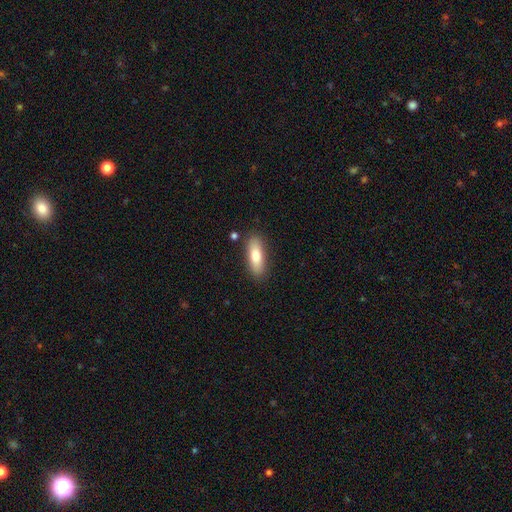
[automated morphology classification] Smooth or featured? smooth (78%)
How rounded? in between (62%)
Merging? none (84%)